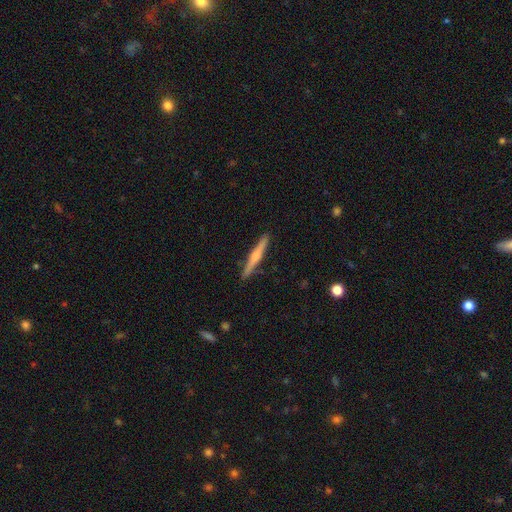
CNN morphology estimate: smooth_or_featured: featured or disk (p=0.55) [alt: smooth p=0.39]
disk_edge_on: yes (p=0.98) [alt: no p=0.02]
edge_on_bulge: rounded (p=0.66) [alt: none p=0.20]
merging: none (p=0.91) [alt: minor disturbance p=0.07]